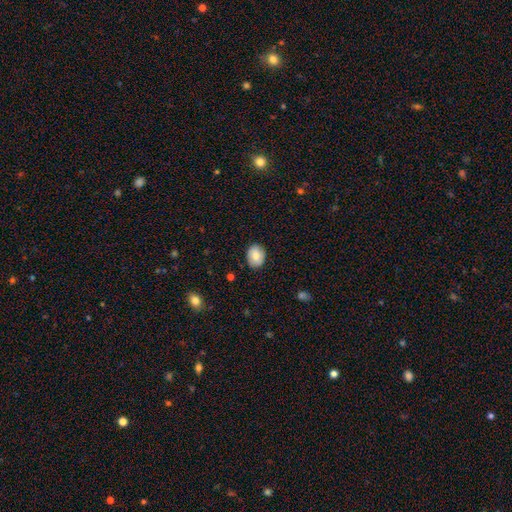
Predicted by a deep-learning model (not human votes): Morphology: type=smooth (74%); roundness=in between (55%); merging=none (85%).